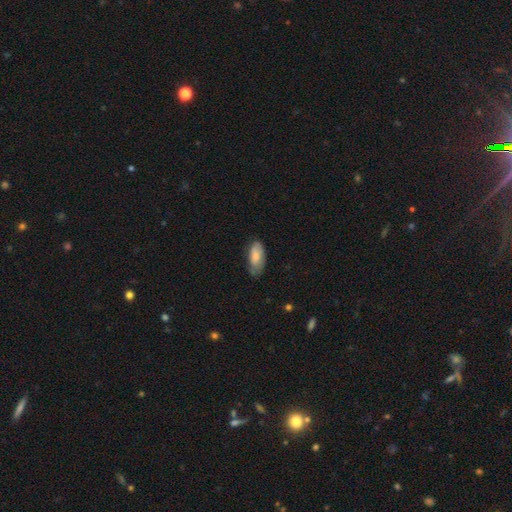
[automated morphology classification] Overall: smooth (74%). How rounded: in between (89%). Merging: none (61%; minor disturbance 31%).